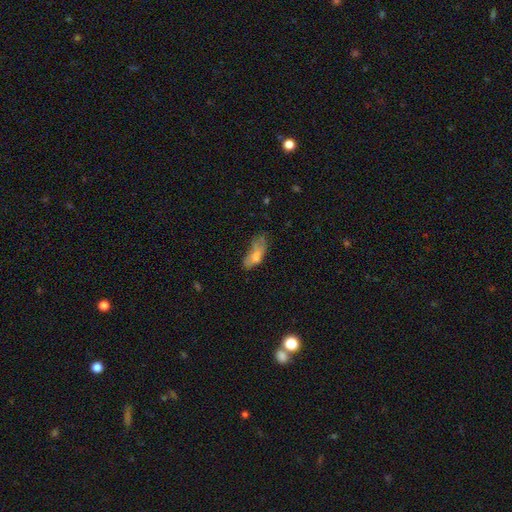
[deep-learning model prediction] smooth-or-featured: smooth: 62% | featured or disk: 27% | star or artifact: 11%
  how-rounded: in between: 80% | cigar-shaped: 17% | round: 3%
  merging: major disturbance: 34% | none: 29% | minor disturbance: 28% | merger: 10%